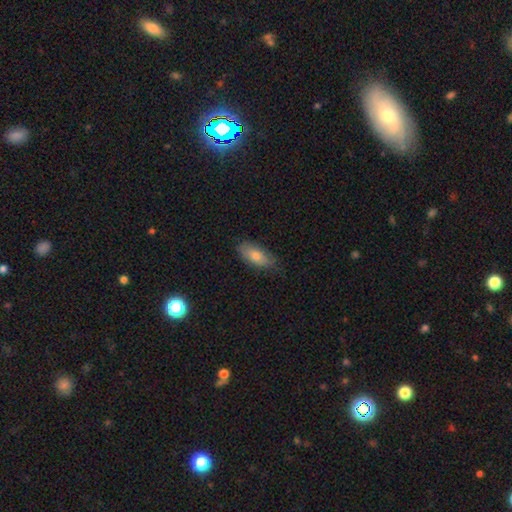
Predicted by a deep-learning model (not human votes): Smooth or featured: smooth — 74% (featured or disk — 18%)
How rounded: in between — 84% (cigar-shaped — 12%)
Merging: none — 77% (minor disturbance — 19%)